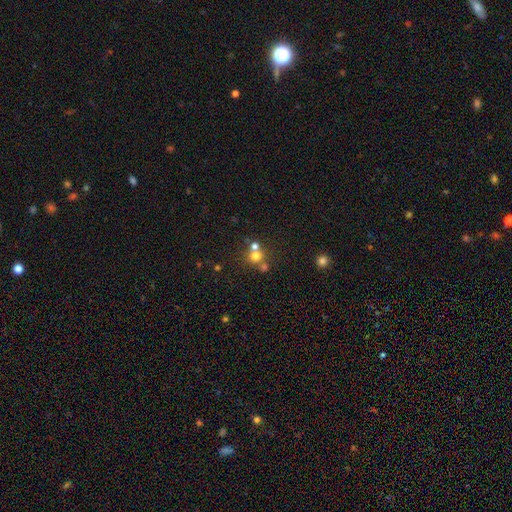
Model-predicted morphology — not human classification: Smooth or featured?
  - smooth: 68% *
  - star or artifact: 19%
  - featured or disk: 14%
How rounded?
  - round: 86% *
  - in between: 13%
  - cigar-shaped: 1%
Merging?
  - none: 49% *
  - merger: 40%
  - minor disturbance: 7%
  - major disturbance: 4%